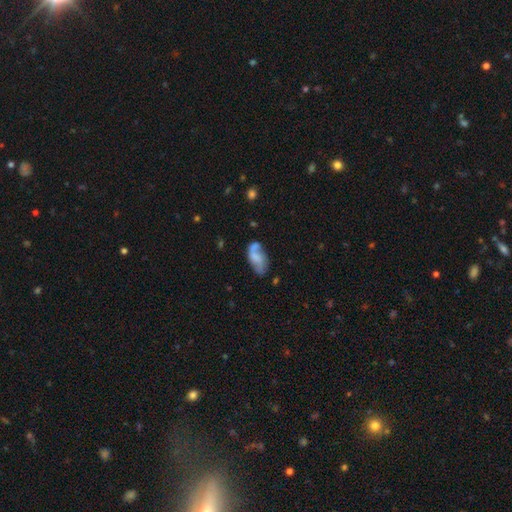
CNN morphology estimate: Smooth or featured? smooth (51%)
How rounded? in between (91%)
Merging? none (39%)